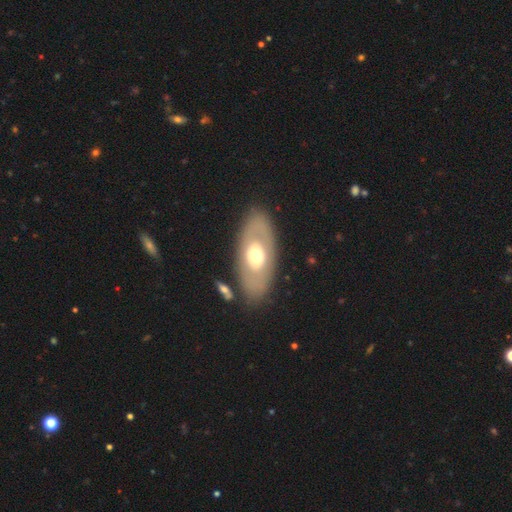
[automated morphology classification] type=featured or disk (48%); merging=none (82%).